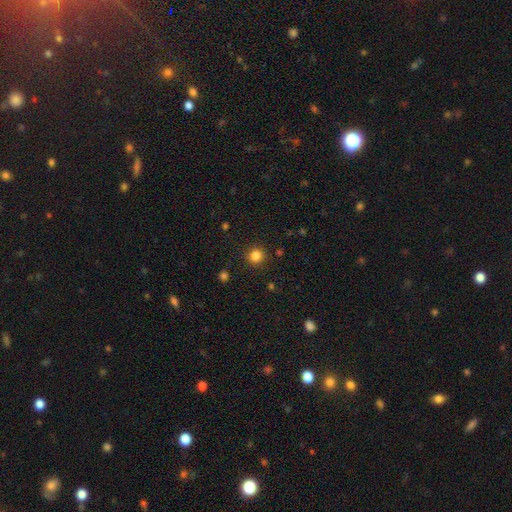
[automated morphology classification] This is clearly a smooth galaxy (82%). How rounded: clearly round (91%). Merging: clearly none (89%).